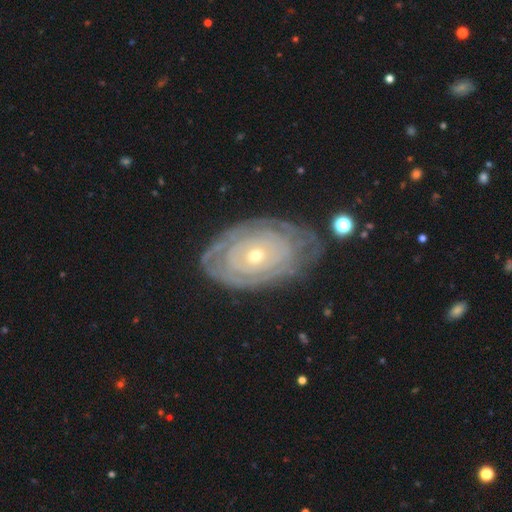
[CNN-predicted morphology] featured or disk 79%, smooth 15%, star or artifact 6%. Down the decision tree: edge-on disk — no (94%); bar — no (85%); spiral arms — yes (75%); spiral arm count — can't tell (58%); spiral winding — tight (86%); bulge size — small (61%); merging — none (73%).